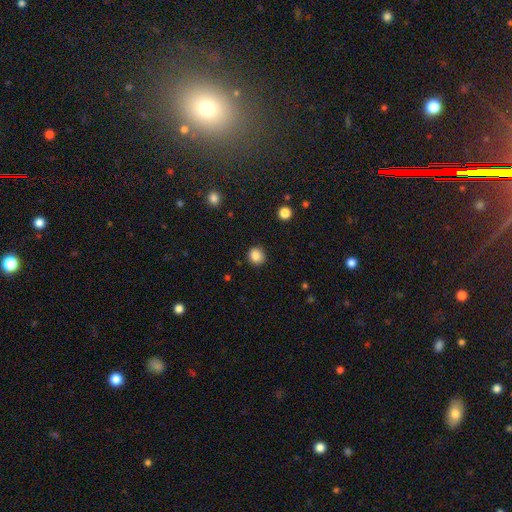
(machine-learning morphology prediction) A smooth galaxy with no disk features (87%) that is round (88%). Merging: none (90%).